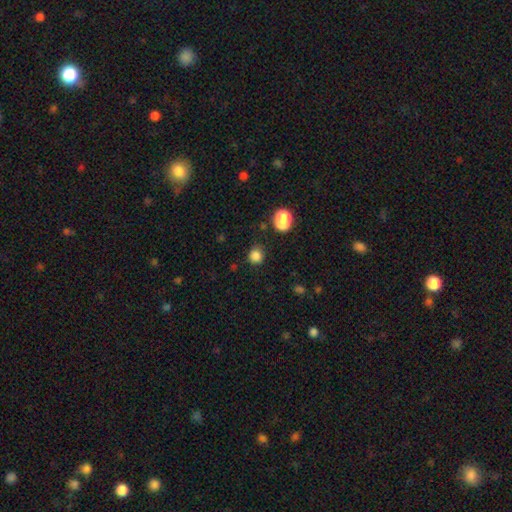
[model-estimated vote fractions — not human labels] smooth_or_featured: smooth (p=0.84) [alt: star or artifact p=0.12]
how_rounded: round (p=0.83) [alt: in between p=0.16]
merging: none (p=0.80) [alt: minor disturbance p=0.12]